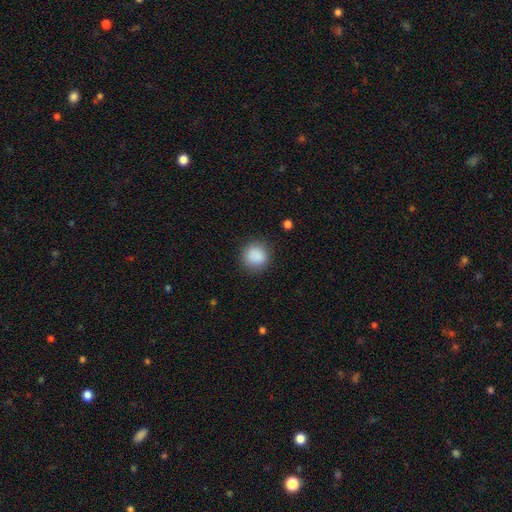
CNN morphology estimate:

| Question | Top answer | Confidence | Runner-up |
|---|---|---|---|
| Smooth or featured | smooth | 88% | star or artifact (8%) |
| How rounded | round | 88% | in between (11%) |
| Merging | none | 85% | minor disturbance (10%) |